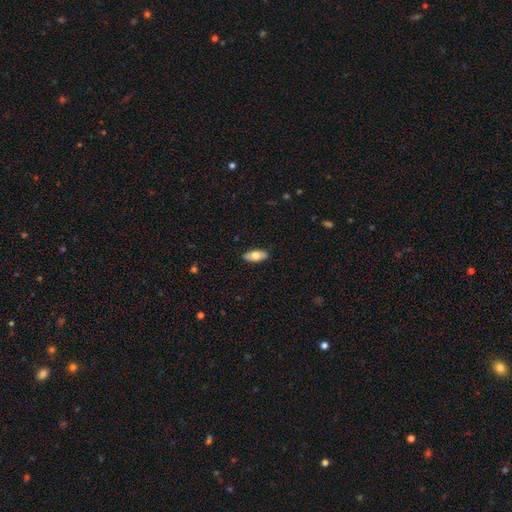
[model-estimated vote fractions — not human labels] This appears to be a smooth galaxy with no disk features (69%) that is in between round and cigar-shaped (85%). Merging: none (88%).